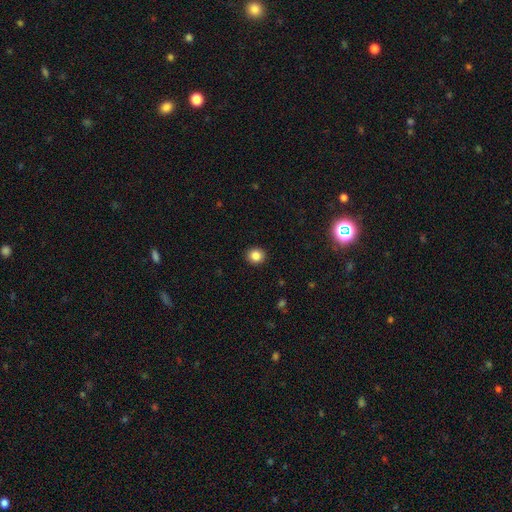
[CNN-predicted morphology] smooth 85%, star or artifact 10%, featured or disk 4%. Down the decision tree: how rounded — round (88%); merging — none (92%).